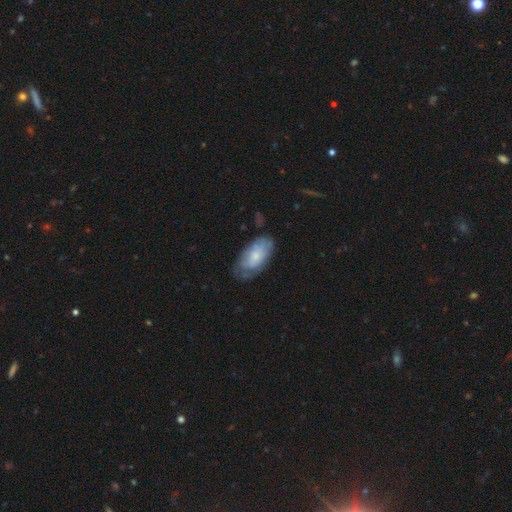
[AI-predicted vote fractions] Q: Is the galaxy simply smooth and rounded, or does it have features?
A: smooth — 57%.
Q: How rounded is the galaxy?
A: in between — 93%.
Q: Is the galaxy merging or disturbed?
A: none — 59%.